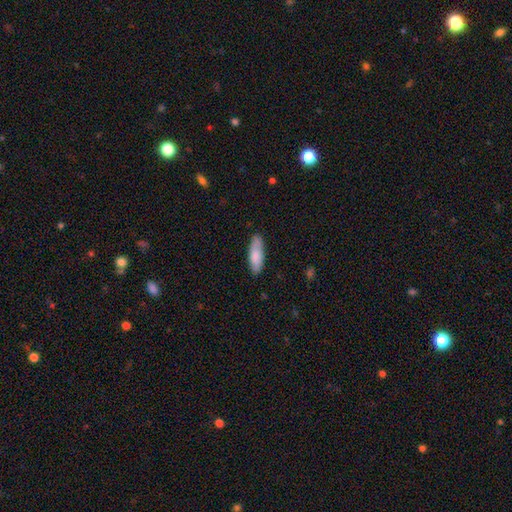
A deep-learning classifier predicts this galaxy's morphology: type=smooth (83%); roundness=in between (56%); merging=none (82%).